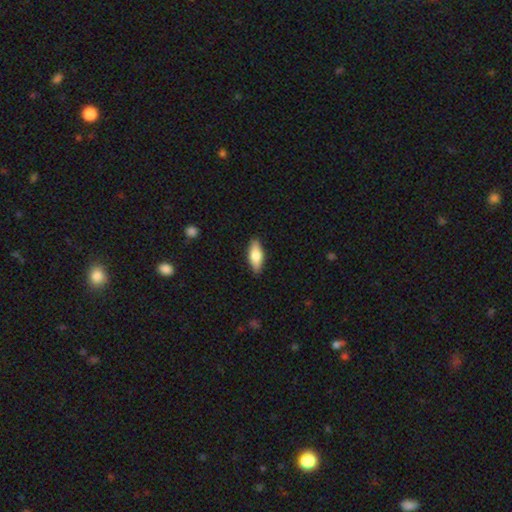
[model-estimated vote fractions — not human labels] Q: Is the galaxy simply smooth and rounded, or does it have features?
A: smooth — 67%.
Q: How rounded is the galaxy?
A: in between — 69%.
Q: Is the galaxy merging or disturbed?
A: none — 88%.